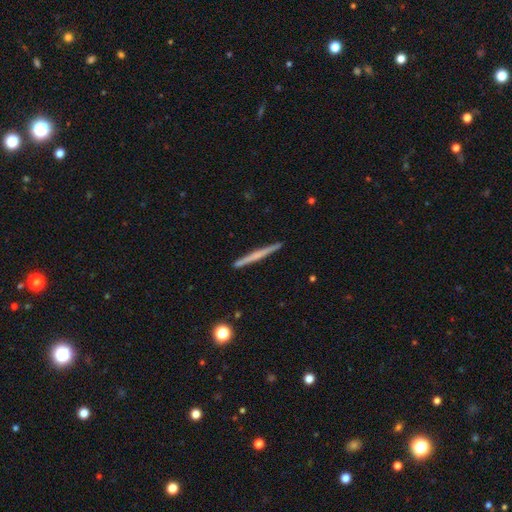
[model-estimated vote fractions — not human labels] Morphology: type=featured or disk (54%); edge-on=yes (98%); edge-on bulge=none (74%); merging=none (92%).